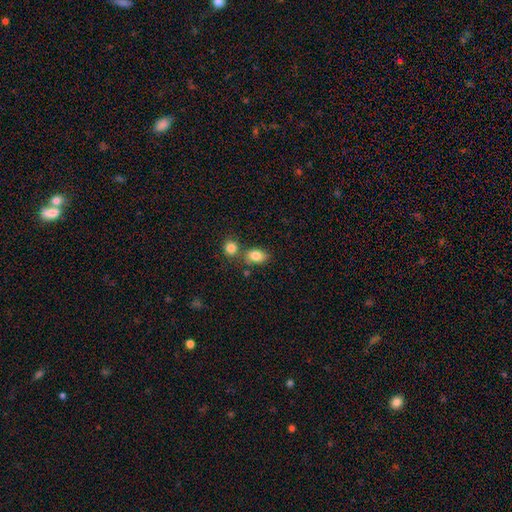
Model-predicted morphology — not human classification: The model was most divided on "merging": none: 61%, merger: 24%, minor disturbance: 12%, major disturbance: 4%. More confident: smooth or featured — smooth (84%); how rounded — in between (78%).